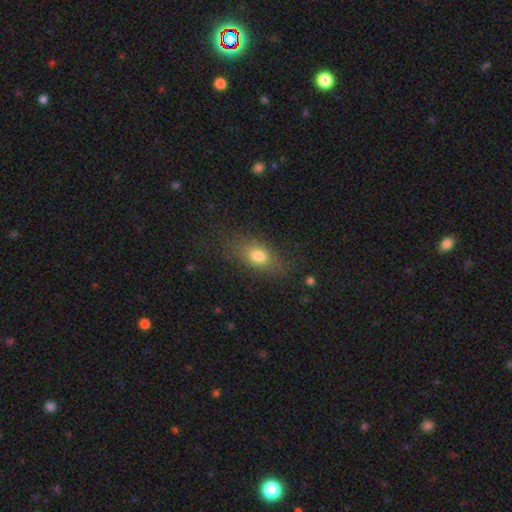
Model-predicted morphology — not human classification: This appears to be a smooth galaxy with no disk features (74%) that is in between round and cigar-shaped (74%). Merging: none (76%).